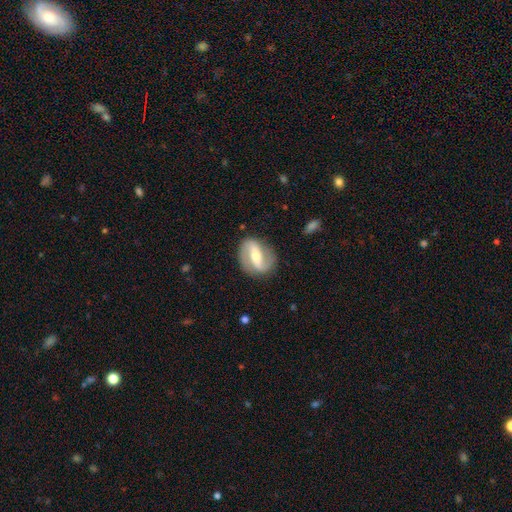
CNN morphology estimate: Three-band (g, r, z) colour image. It shows a featured or disk galaxy (83%) with a strong bar (52%), 2 (90%) loose (42%) spiral arms (90%) and a moderate central bulge (54%). Merging: none (83%).